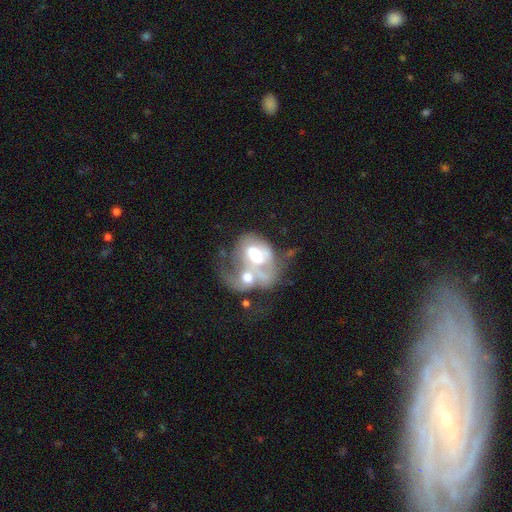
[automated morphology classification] smooth_or_featured: featured or disk (p=0.63) [alt: smooth p=0.30]
disk_edge_on: no (p=0.97) [alt: yes p=0.03]
bar: no (p=0.67) [alt: weak p=0.25]
has_spiral_arms: yes (p=0.52) [alt: no p=0.48]
bulge_size: moderate (p=0.67) [alt: large p=0.15]
merging: merger (p=0.75) [alt: major disturbance p=0.12]